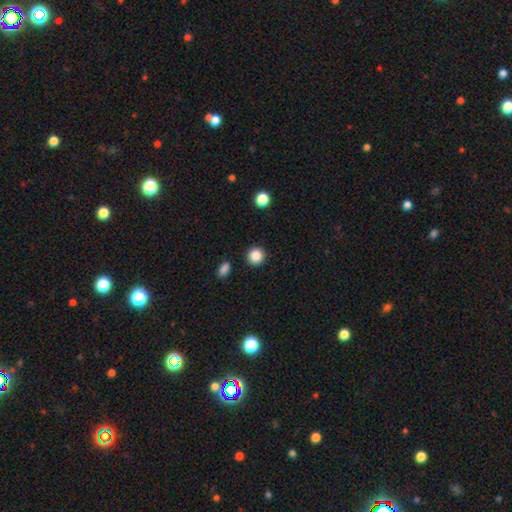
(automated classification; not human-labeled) Smooth or featured?
  - smooth: 87% *
  - star or artifact: 10%
  - featured or disk: 3%
How rounded?
  - round: 92% *
  - in between: 7%
  - cigar-shaped: 1%
Merging?
  - none: 90% *
  - minor disturbance: 6%
  - major disturbance: 2%
  - merger: 2%